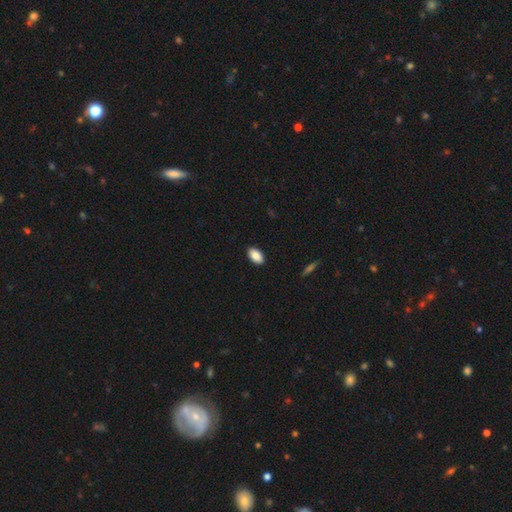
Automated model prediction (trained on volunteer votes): Smooth or featured? Predicted: smooth (p=0.88). How rounded? Predicted: in between (p=0.94). Merging? Predicted: none (p=0.90).